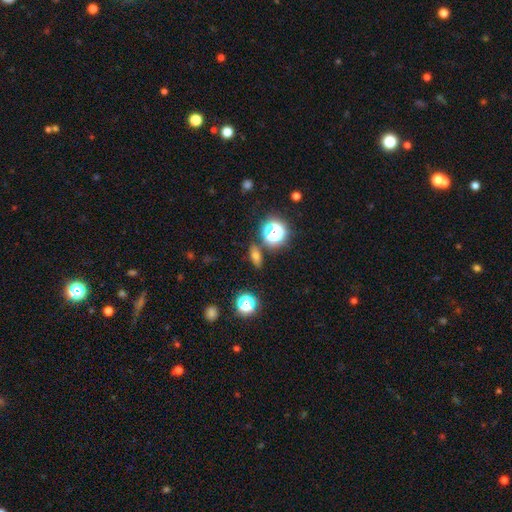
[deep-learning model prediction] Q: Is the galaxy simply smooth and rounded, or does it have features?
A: smooth — 61%.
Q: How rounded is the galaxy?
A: in between — 60%.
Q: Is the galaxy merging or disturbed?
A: none — 84%.